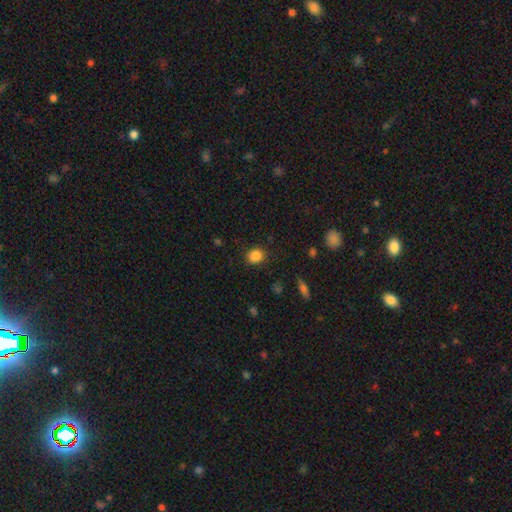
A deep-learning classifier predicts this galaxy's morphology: smooth 86%, star or artifact 11%, featured or disk 4%. Down the decision tree: how rounded — round (76%); merging — none (87%).